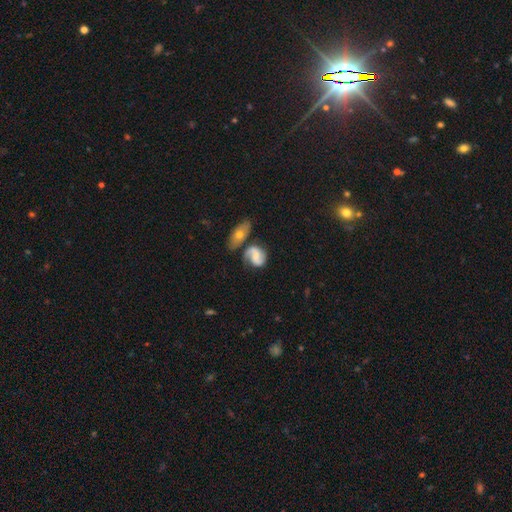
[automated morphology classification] Smooth or featured? Predicted: featured or disk (p=0.70). Edge-on disk? Predicted: no (p=0.97). Bar? Predicted: no (p=0.46). Spiral arms? Predicted: yes (p=0.92). Spiral winding? Predicted: medium (p=0.47). Spiral arm count? Predicted: 2 (p=0.78). Bulge size? Predicted: small (p=0.37). Merging? Predicted: none (p=0.53).